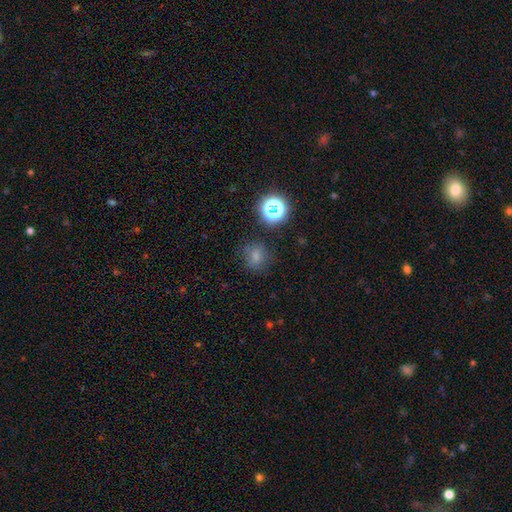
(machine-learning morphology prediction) A smooth galaxy with no disk features (71%) that is round (76%).

Vote fractions:
- Smooth or featured? smooth: 71% / star or artifact: 21% / featured or disk: 8%
- How rounded? round: 76% / in between: 23% / cigar-shaped: 1%
- Merging? none: 76% / minor disturbance: 15% / major disturbance: 6% / merger: 3%